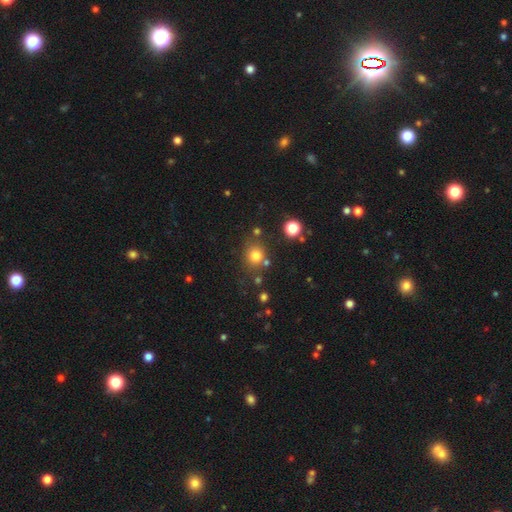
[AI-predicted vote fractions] This is likely a smooth galaxy (79%). How rounded: clearly round (80%). Merging: likely none (74%).